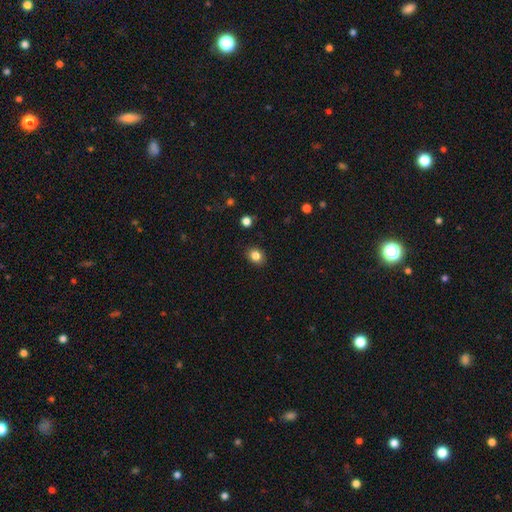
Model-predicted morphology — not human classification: Smooth or featured: smooth — 84% (star or artifact — 11%)
How rounded: round — 58% (in between — 41%)
Merging: none — 88% (minor disturbance — 8%)